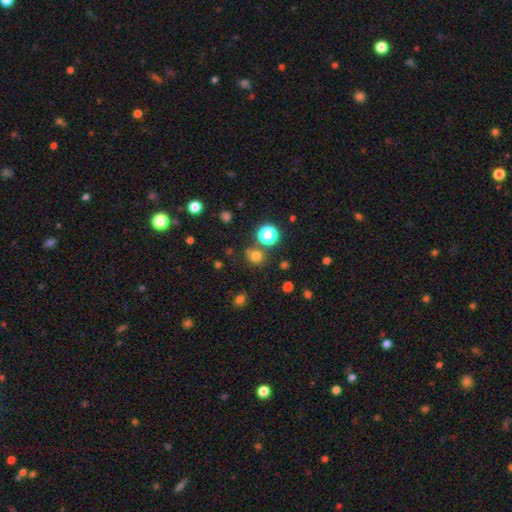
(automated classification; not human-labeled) Q: Smooth or featured?
A: smooth (70%); runner-up: star or artifact (23%)
Q: How rounded?
A: round (83%); runner-up: in between (16%)
Q: Merging?
A: none (75%); runner-up: minor disturbance (11%)